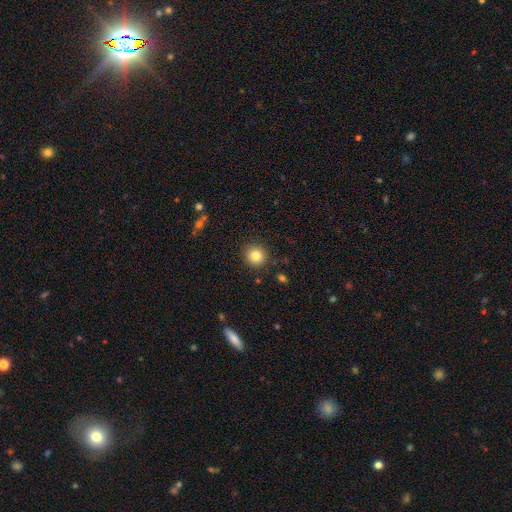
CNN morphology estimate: Overall: smooth (85%). How rounded: round (92%). Merging: none (89%).